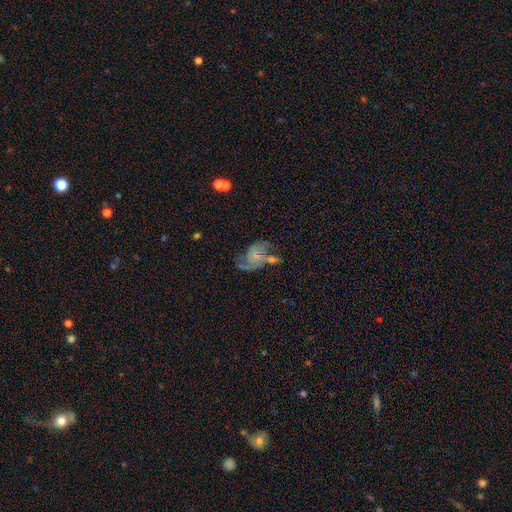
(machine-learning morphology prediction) Q: Smooth or featured?
A: featured or disk (77%); runner-up: smooth (14%)
Q: Edge-on disk?
A: no (98%); runner-up: yes (2%)
Q: Bar?
A: no (62%); runner-up: weak (32%)
Q: Spiral arms?
A: yes (91%); runner-up: no (9%)
Q: Spiral winding?
A: medium (46%); runner-up: loose (37%)
Q: Spiral arm count?
A: 2 (85%); runner-up: can't tell (7%)
Q: Bulge size?
A: small (56%); runner-up: none (24%)
Q: Merging?
A: none (40%); runner-up: minor disturbance (21%)